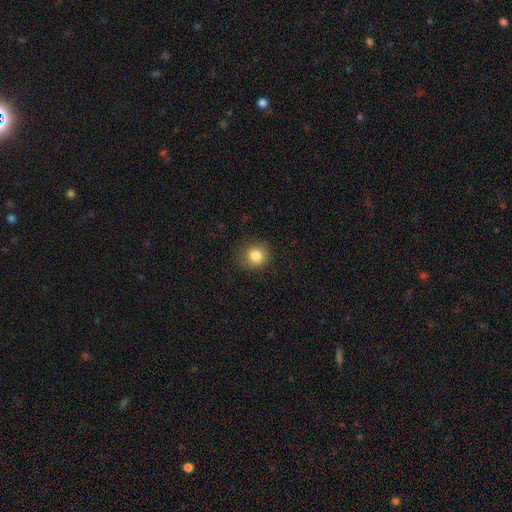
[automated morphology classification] type=smooth (84%); roundness=round (87%); merging=none (83%).